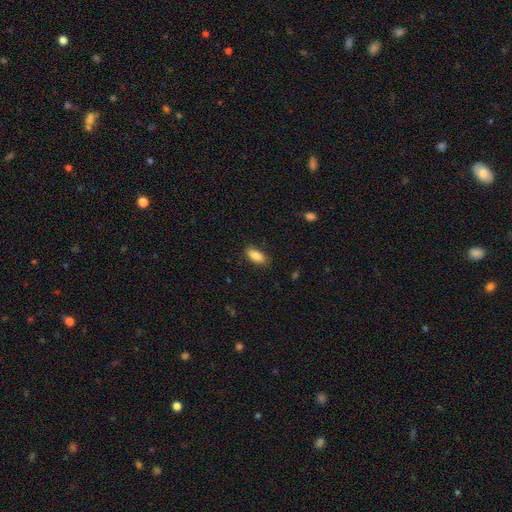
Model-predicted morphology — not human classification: type=smooth (85%); roundness=in between (84%); merging=none (85%).